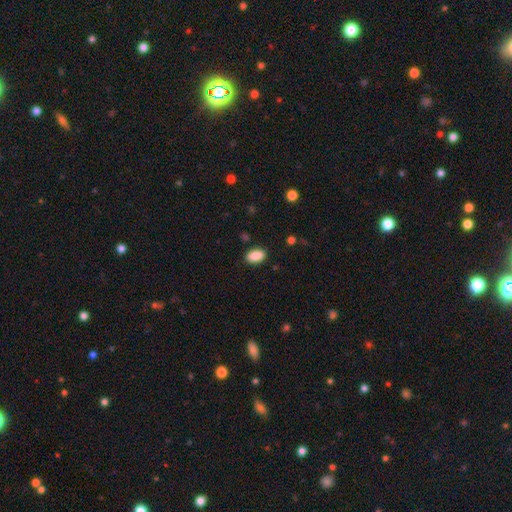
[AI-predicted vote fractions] The model was most divided on "merging": none: 87%, minor disturbance: 9%, major disturbance: 2%, merger: 1%. More confident: how rounded — in between (92%); smooth or featured — smooth (90%).